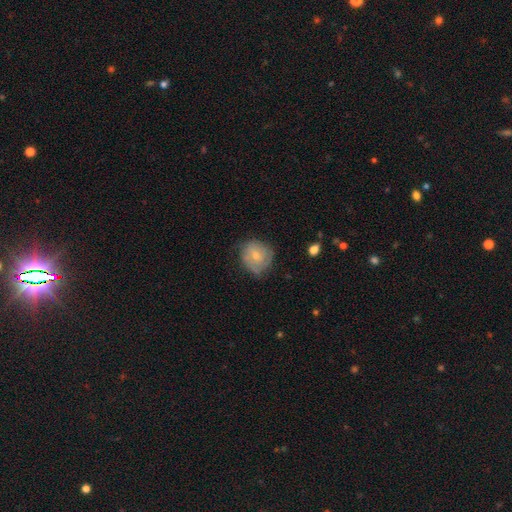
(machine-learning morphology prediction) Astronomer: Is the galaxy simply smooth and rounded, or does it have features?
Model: smooth — 51% (runner-up: featured or disk, 42%).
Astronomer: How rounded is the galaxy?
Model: round — 80%.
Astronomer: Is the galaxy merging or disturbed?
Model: none — 59%.